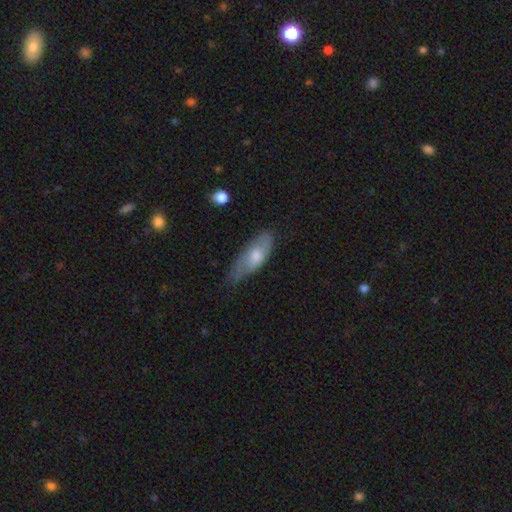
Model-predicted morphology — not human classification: A smooth galaxy with no disk features (59%) that is in between round and cigar-shaped (69%). Merging: none (53%).